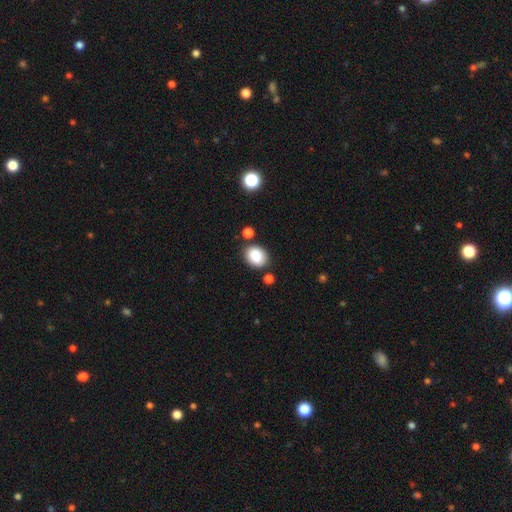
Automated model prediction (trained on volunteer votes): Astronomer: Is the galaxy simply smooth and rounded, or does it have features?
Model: smooth — 85%.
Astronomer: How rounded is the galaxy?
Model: in between — 60% (runner-up: round, 39%).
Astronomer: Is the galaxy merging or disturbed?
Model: none — 78%.